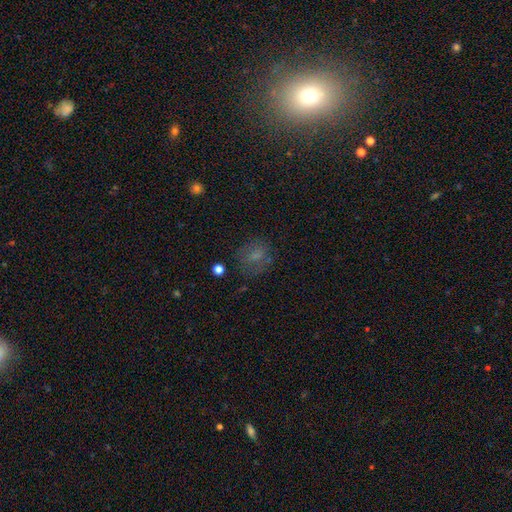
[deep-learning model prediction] Q: Smooth or featured?
A: smooth (63%); runner-up: star or artifact (19%)
Q: How rounded?
A: round (61%); runner-up: in between (37%)
Q: Merging?
A: none (66%); runner-up: minor disturbance (19%)